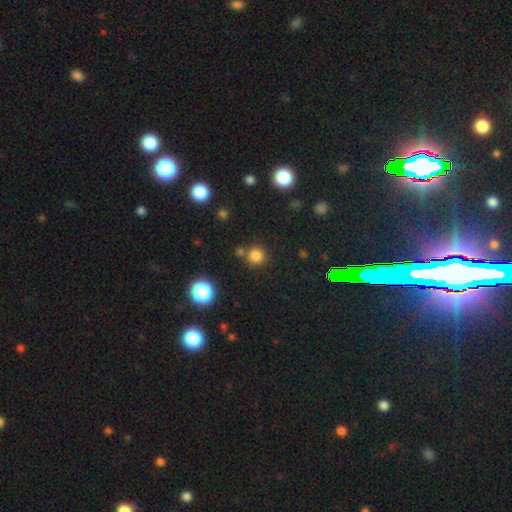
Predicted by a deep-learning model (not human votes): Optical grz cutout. It shows a smooth galaxy with no disk features (79%) that is round (93%). Merging: none (78%).